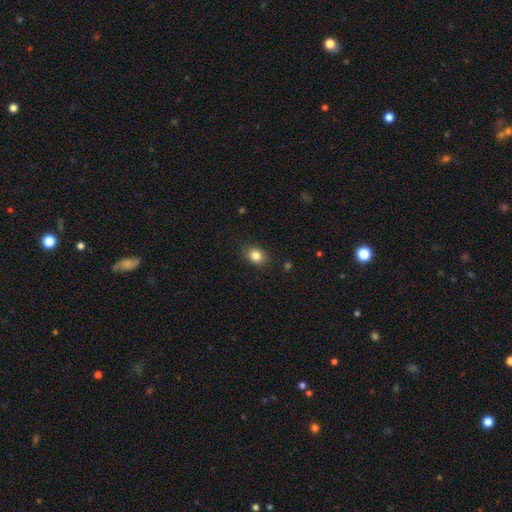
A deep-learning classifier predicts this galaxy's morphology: A smooth galaxy with no disk features (84%) that is round (52%). Merging: none (87%).